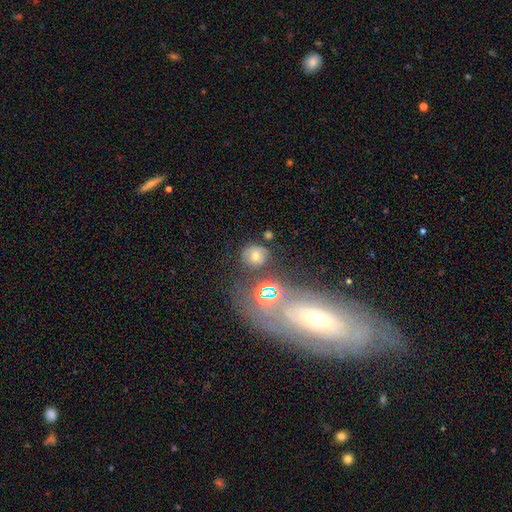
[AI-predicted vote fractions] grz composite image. It shows a smooth galaxy with no disk features (54%) that is round (81%). Merging: none (74%).